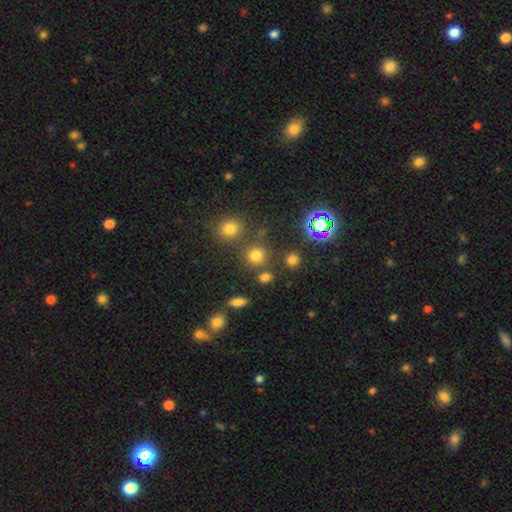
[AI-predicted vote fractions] The model was most divided on "smooth or featured": smooth: 74%, star or artifact: 20%, featured or disk: 7%. More confident: how rounded — round (88%); merging — none (74%).